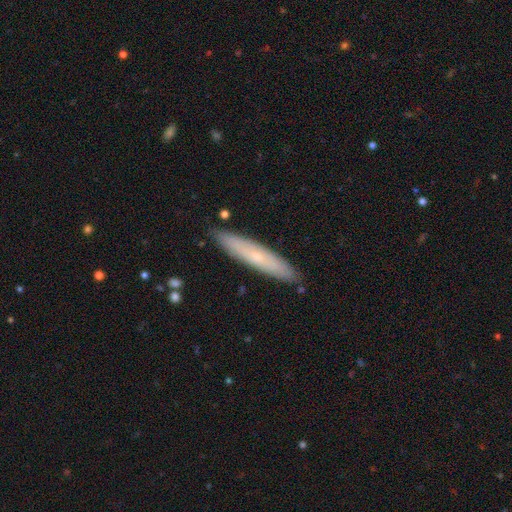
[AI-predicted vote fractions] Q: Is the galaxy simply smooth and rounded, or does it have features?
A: smooth — 53%.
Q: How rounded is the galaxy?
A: cigar-shaped — 89%.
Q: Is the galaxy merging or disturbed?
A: none — 88%.